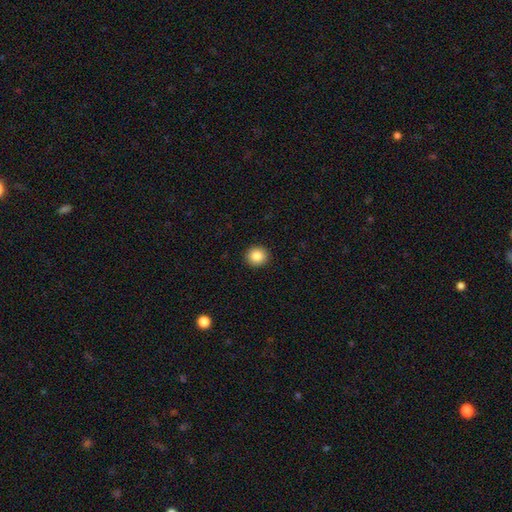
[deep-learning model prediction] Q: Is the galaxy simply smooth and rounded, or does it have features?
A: smooth — 86%.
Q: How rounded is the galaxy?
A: round — 89%.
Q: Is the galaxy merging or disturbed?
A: none — 93%.